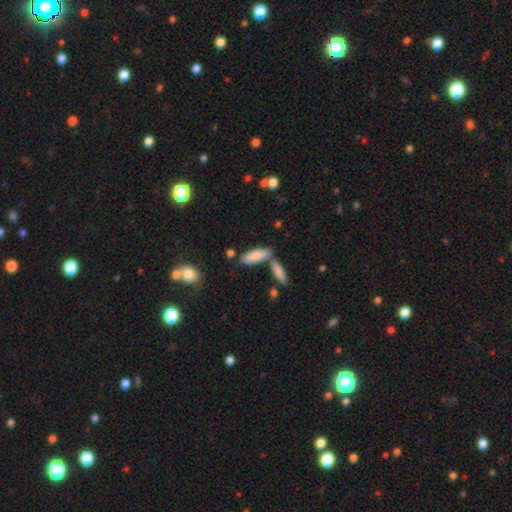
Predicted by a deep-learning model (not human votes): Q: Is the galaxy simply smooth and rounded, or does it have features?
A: smooth — 86%.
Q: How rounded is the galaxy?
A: in between — 68%.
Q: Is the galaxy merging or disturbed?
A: none — 64%.